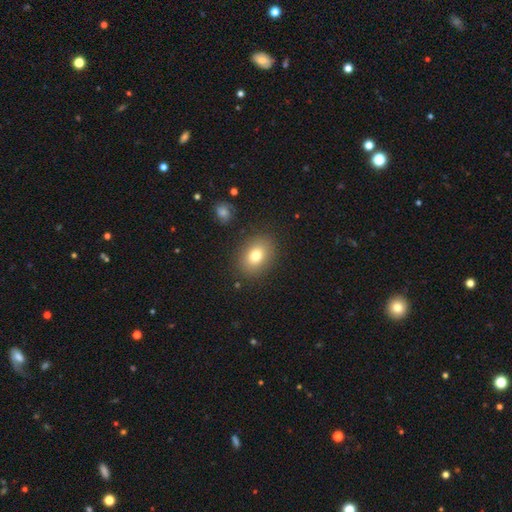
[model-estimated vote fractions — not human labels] Overall: smooth (78%). How rounded: in between (67%; round 31%). Merging: none (86%).